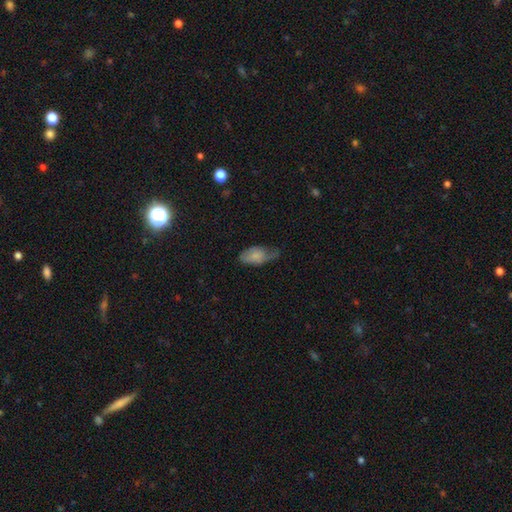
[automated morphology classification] Q: Smooth or featured?
A: smooth (66%); runner-up: featured or disk (26%)
Q: How rounded?
A: in between (92%); runner-up: round (5%)
Q: Merging?
A: minor disturbance (38%); tied with: none (38%)